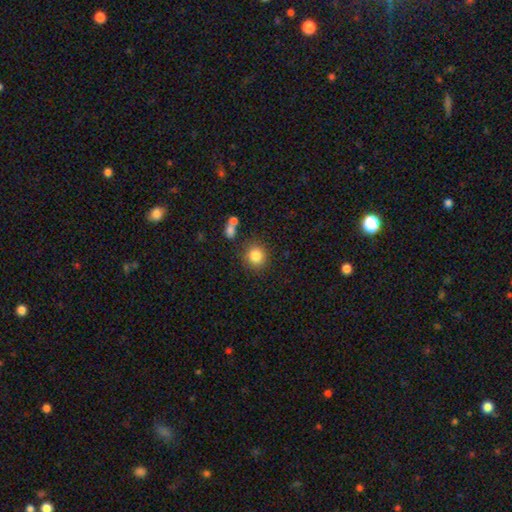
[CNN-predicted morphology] type=smooth (84%); roundness=round (86%); merging=none (81%).